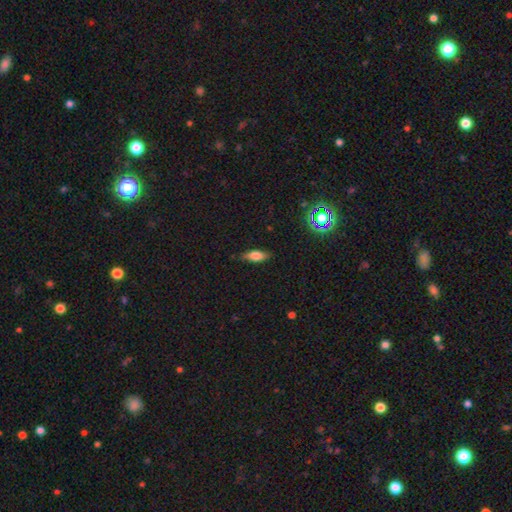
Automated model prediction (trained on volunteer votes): Smooth or featured: smooth — 71% (featured or disk — 19%)
How rounded: in between — 72% (cigar-shaped — 24%)
Merging: none — 81% (minor disturbance — 15%)